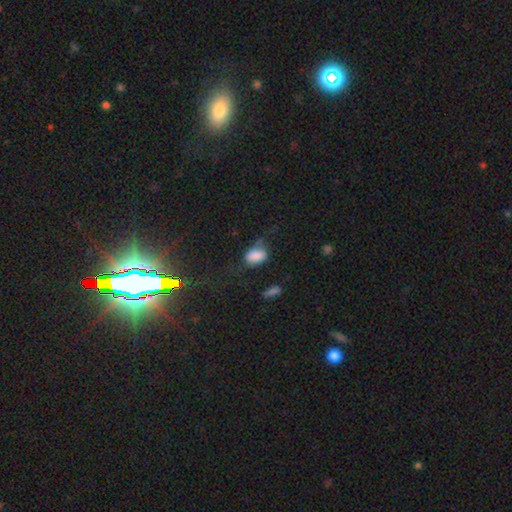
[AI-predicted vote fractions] A smooth galaxy with no disk features (81%) that is in between round and cigar-shaped (83%).

Vote fractions:
- Smooth or featured? smooth: 81% / star or artifact: 10% / featured or disk: 9%
- How rounded? in between: 83% / round: 15% / cigar-shaped: 2%
- Merging? none: 41% / minor disturbance: 32% / major disturbance: 22% / merger: 5%